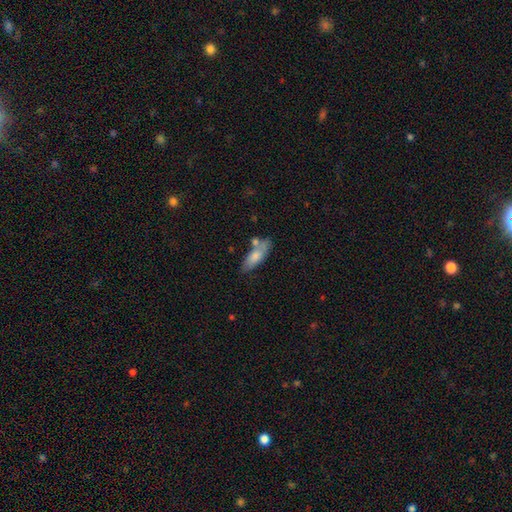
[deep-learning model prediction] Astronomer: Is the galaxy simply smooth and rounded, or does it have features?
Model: smooth — 73%.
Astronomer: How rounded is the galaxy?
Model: in between — 63%.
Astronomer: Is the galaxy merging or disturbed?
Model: none — 56%.